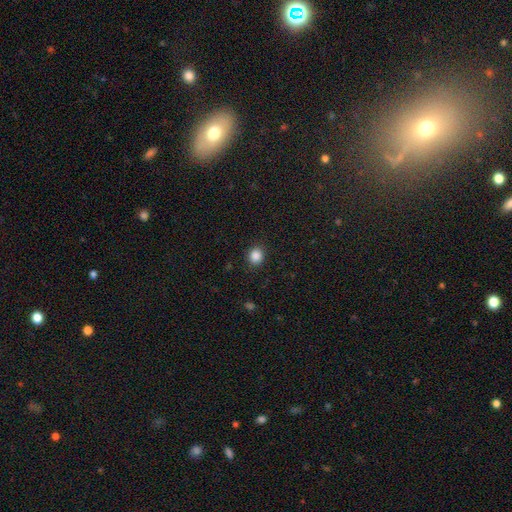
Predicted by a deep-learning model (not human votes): Smooth or featured: smooth — 87% (star or artifact — 10%)
How rounded: round — 77% (in between — 22%)
Merging: none — 89% (minor disturbance — 7%)